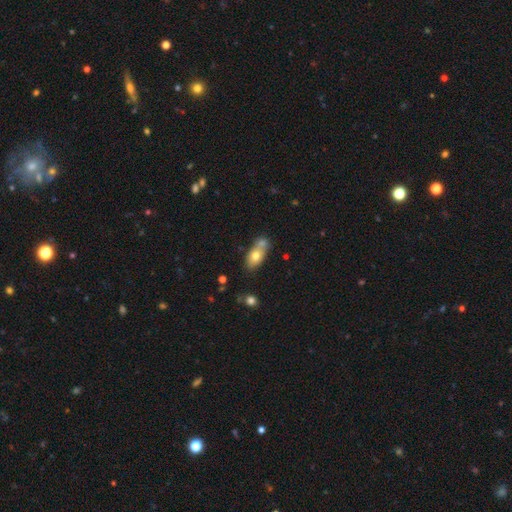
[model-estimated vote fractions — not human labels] smooth_or_featured: smooth (p=0.71) [alt: featured or disk p=0.20]
how_rounded: in between (p=0.80) [alt: round p=0.13]
merging: merger (p=0.45) [alt: none p=0.38]